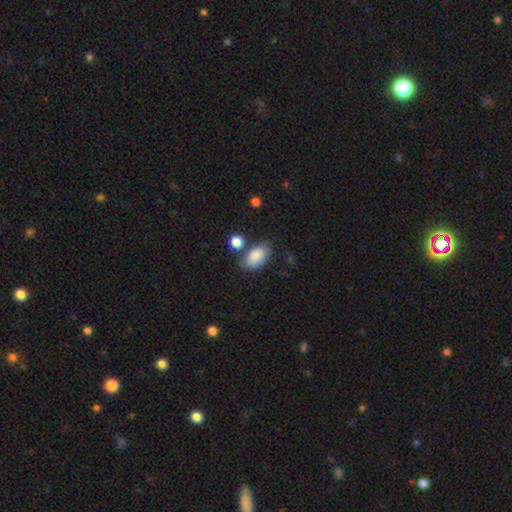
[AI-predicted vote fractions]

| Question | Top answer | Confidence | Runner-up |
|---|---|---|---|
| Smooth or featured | smooth | 87% | star or artifact (7%) |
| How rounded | in between | 93% | round (6%) |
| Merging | none | 68% | minor disturbance (16%) |